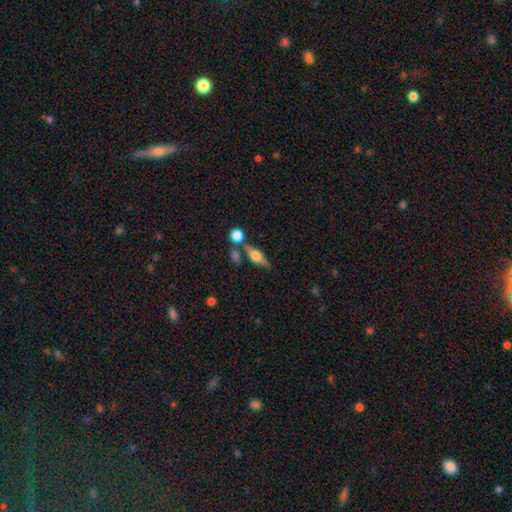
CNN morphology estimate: Smooth or featured? Predicted: featured or disk (p=0.63). Edge-on disk? Predicted: yes (p=0.93). Edge-on bulge? Predicted: rounded (p=0.93). Merging? Predicted: none (p=0.70).